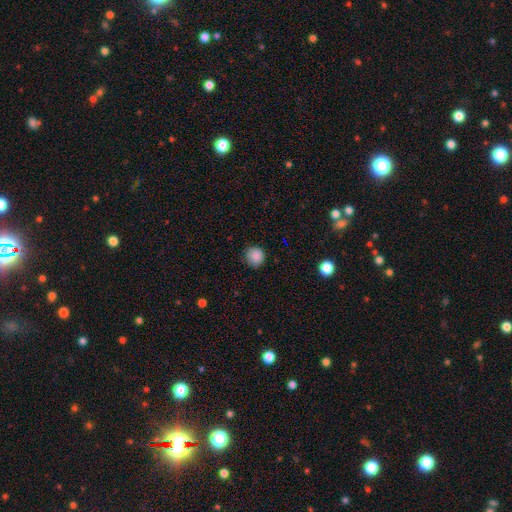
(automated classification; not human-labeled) This appears to be a smooth galaxy with no disk features (87%) that is round (90%). Merging: none (81%).